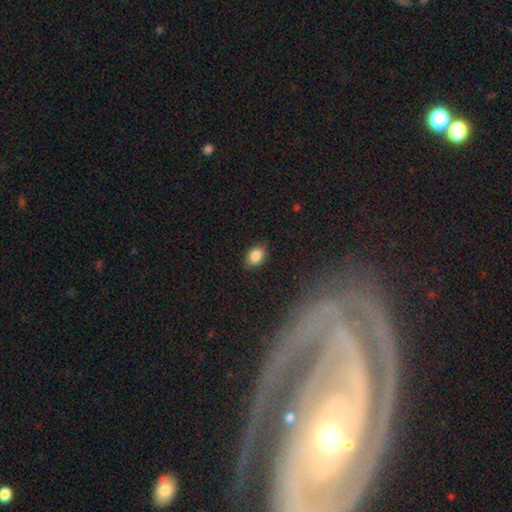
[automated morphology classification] Smooth or featured? smooth (86%)
How rounded? in between (75%)
Merging? none (84%)